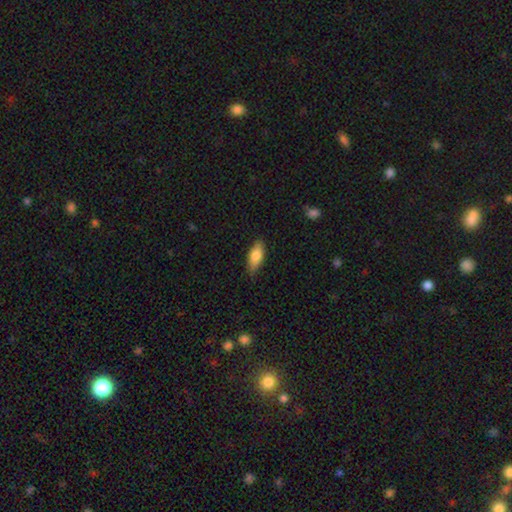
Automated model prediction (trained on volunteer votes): Q: Smooth or featured?
A: smooth (78%); runner-up: featured or disk (16%)
Q: How rounded?
A: in between (78%); runner-up: cigar-shaped (19%)
Q: Merging?
A: none (78%); runner-up: minor disturbance (18%)